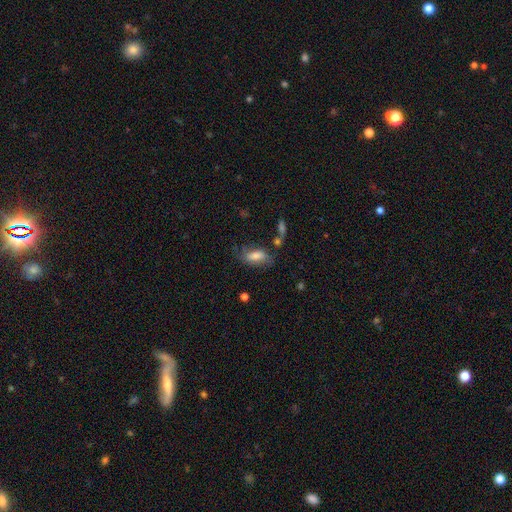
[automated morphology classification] A smooth galaxy with no disk features (71%) that is in between round and cigar-shaped (82%). Merging: none (58%).